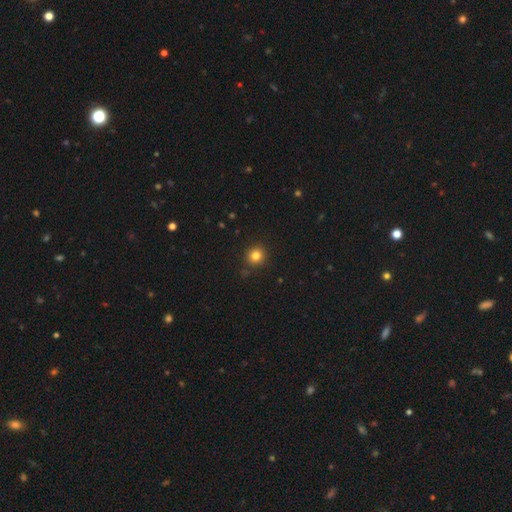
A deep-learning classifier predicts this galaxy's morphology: Smooth or featured? smooth (81%)
How rounded? round (91%)
Merging? none (89%)